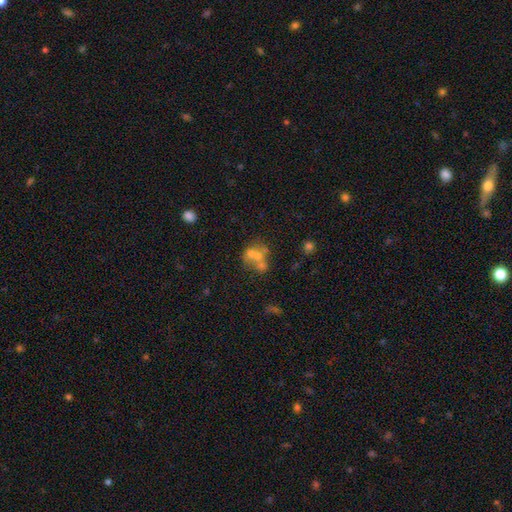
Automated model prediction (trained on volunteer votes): Morphology: type=smooth (49%); merging=merger (58%).